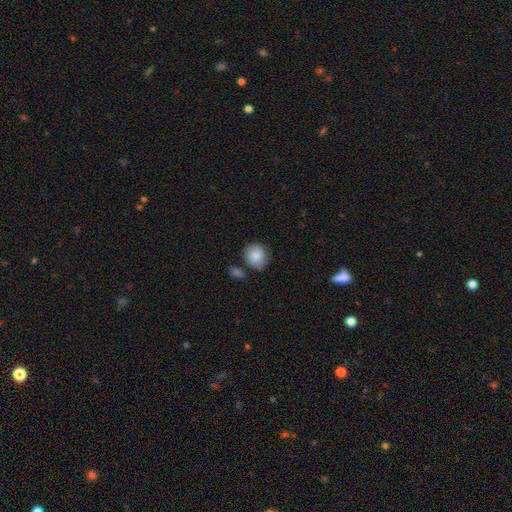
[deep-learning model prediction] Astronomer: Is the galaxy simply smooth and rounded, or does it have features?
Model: smooth — 87%.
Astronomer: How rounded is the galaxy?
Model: round — 79%.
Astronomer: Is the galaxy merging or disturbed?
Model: none — 71%.